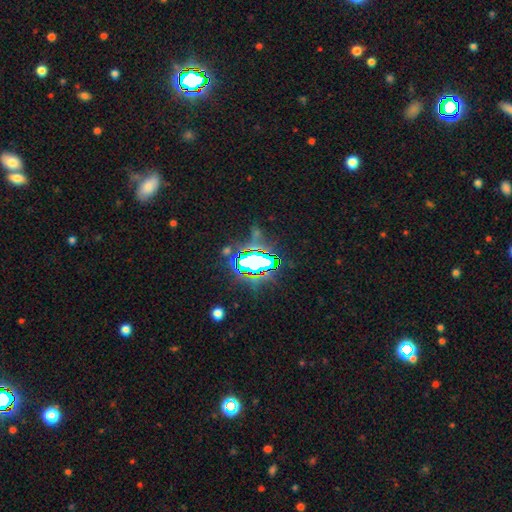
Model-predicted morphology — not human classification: Overall: star or artifact (81%).